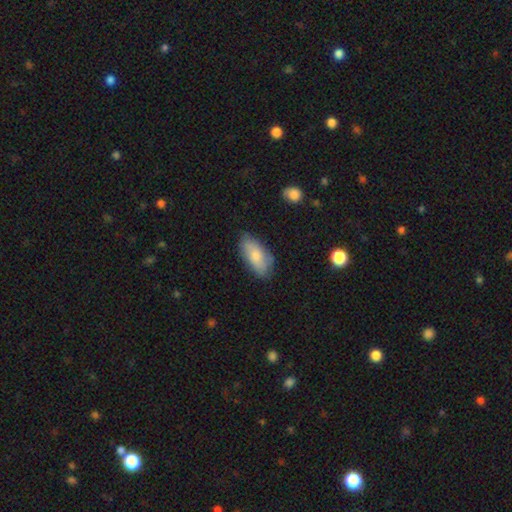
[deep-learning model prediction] The model was most divided on "merging": none: 74%, minor disturbance: 20%, major disturbance: 4%, merger: 2%. More confident: how rounded — in between (91%); smooth or featured — smooth (76%).